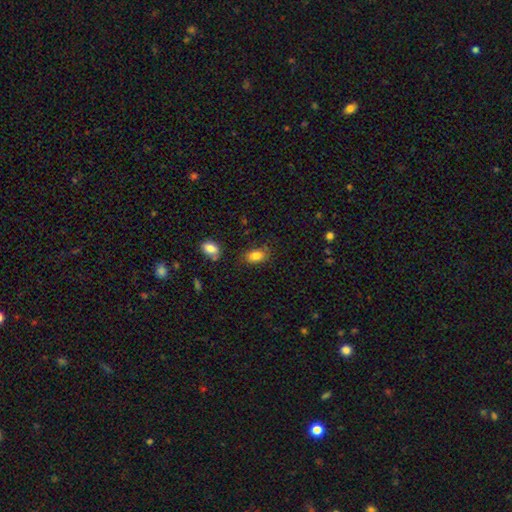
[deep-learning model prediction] A smooth galaxy with no disk features (83%) that is in between round and cigar-shaped (85%). Merging: none (76%).